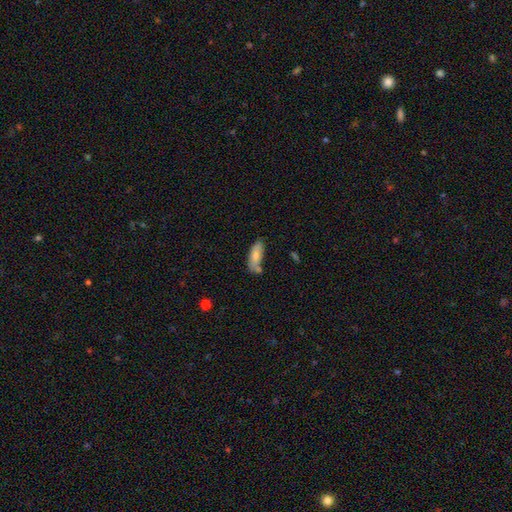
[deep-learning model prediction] Morphology: type=smooth (76%); roundness=in between (74%); merging=none (57%).